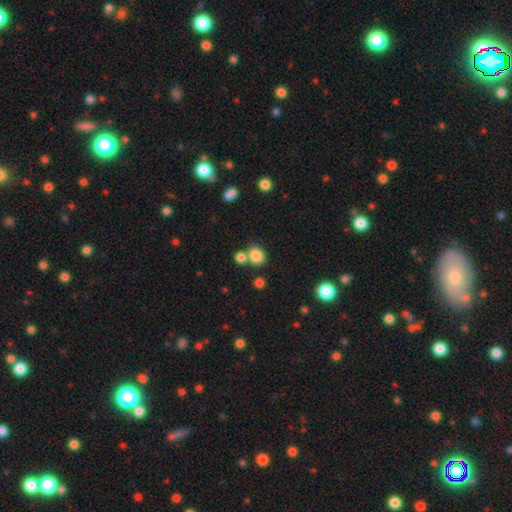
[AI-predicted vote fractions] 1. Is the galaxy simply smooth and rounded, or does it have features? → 82% smooth, 12% star or artifact, 6% featured or disk.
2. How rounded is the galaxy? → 65% round, 34% in between, 1% cigar-shaped.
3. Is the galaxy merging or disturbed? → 60% none, 27% merger, 10% minor disturbance, 4% major disturbance.